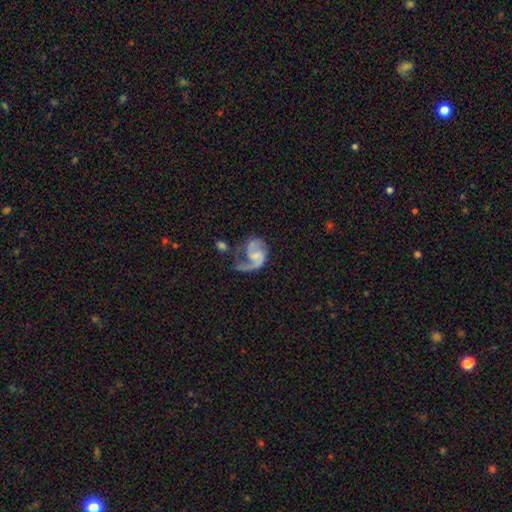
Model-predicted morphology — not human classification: featured or disk 84%, smooth 11%, star or artifact 5%. Down the decision tree: edge-on disk — no (98%); bar — weak (46%); spiral arms — yes (95%); spiral arm count — 2 (67%); spiral winding — medium (49%); bulge size — small (48%); merging — major disturbance (35%).